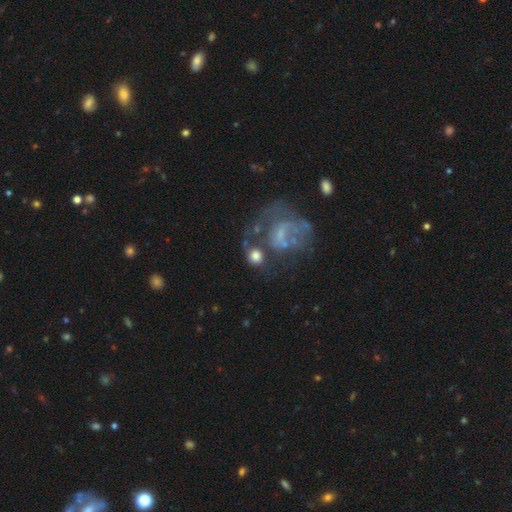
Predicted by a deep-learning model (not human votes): smooth_or_featured: smooth (p=0.60) [alt: featured or disk p=0.28]
how_rounded: round (p=0.77) [alt: in between p=0.21]
merging: none (p=0.42) [alt: major disturbance p=0.21]